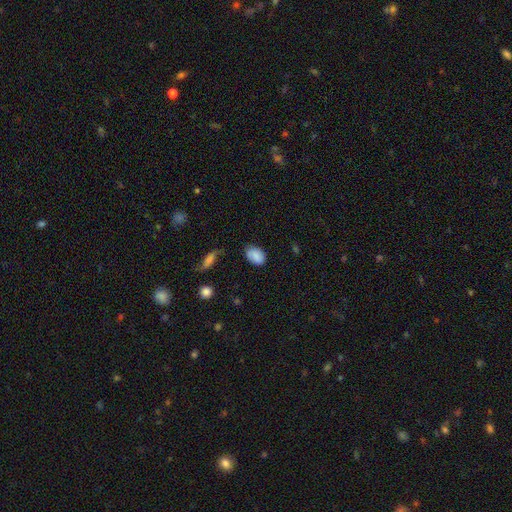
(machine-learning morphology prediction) Smooth or featured? smooth (84%)
How rounded? in between (86%)
Merging? none (74%)